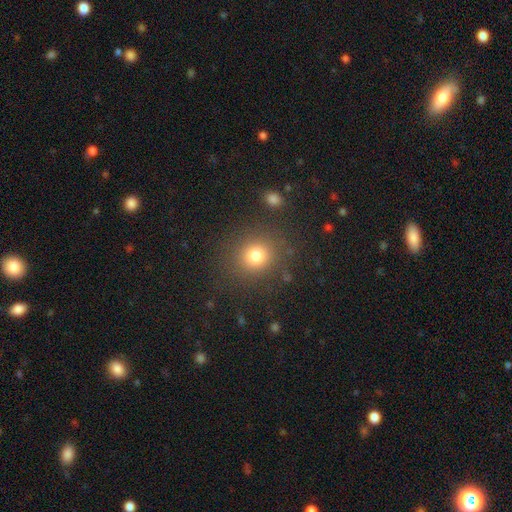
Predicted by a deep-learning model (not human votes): Smooth or featured?
  - smooth: 78% *
  - star or artifact: 14%
  - featured or disk: 8%
How rounded?
  - round: 84% *
  - in between: 15%
  - cigar-shaped: 1%
Merging?
  - none: 84% *
  - minor disturbance: 9%
  - major disturbance: 5%
  - merger: 2%